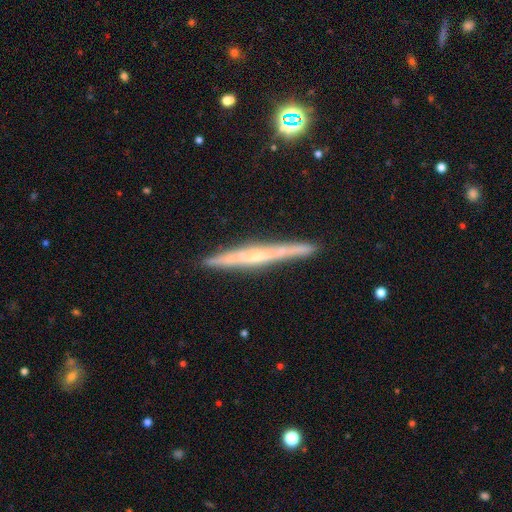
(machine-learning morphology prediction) Smooth or featured? featured or disk (70%)
Edge-on disk? yes (96%)
Edge-on bulge? none (57%)
Merging? none (87%)